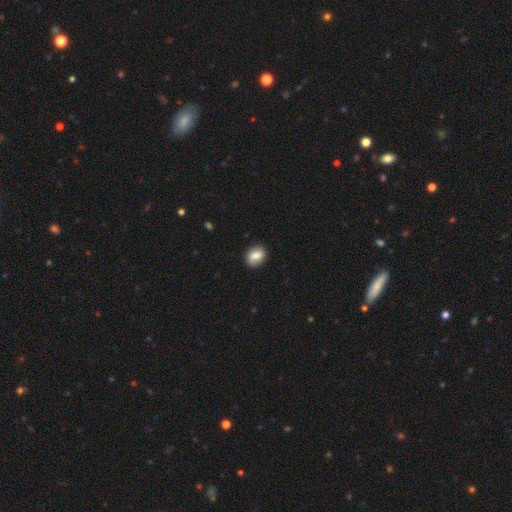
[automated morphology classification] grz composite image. It shows a smooth galaxy with no disk features (75%) that is in between round and cigar-shaped (59%). Merging: none (83%).